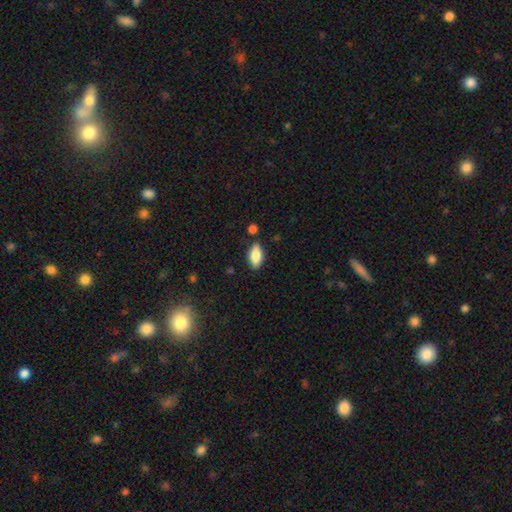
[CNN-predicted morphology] smooth 81%, featured or disk 12%, star or artifact 7%. Down the decision tree: how rounded — in between (84%); merging — none (82%).